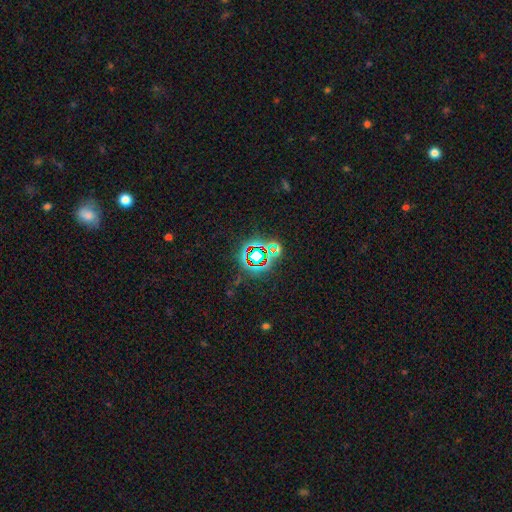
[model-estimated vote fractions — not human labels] Q: Smooth or featured?
A: star or artifact (75%); runner-up: smooth (14%)